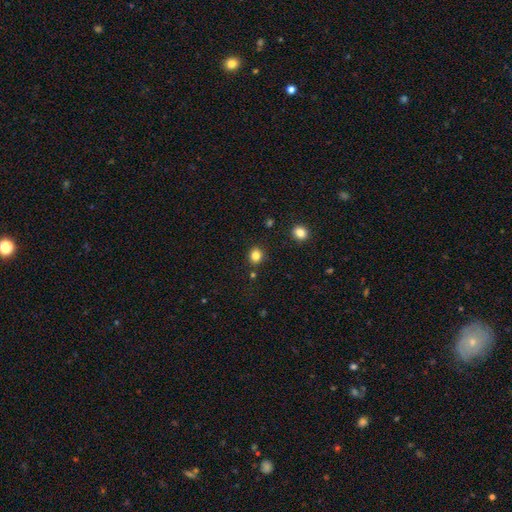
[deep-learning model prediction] This appears to be a smooth galaxy with no disk features (82%) that is round (79%). Merging: none (87%).